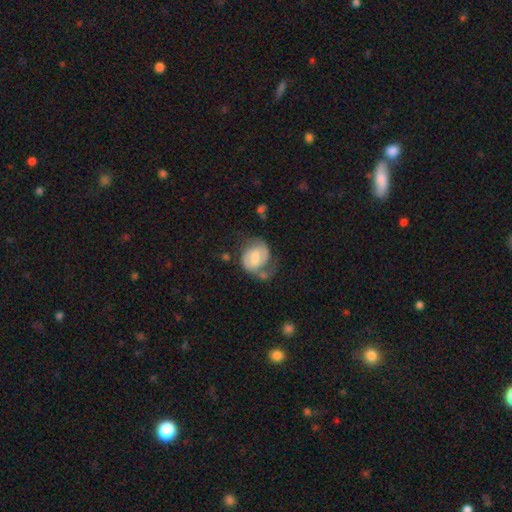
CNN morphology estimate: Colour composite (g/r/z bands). It shows a featured or disk galaxy (66%) with a weak bar (53%), 2 (72%) tight (43%) spiral arms (85%) and a moderate central bulge (49%). Merging: none (44%).